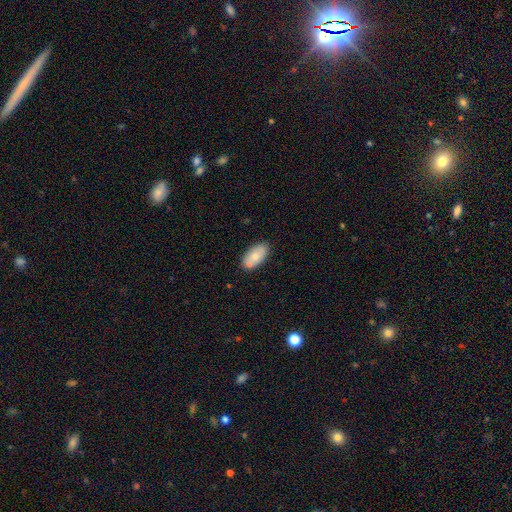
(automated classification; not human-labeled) A smooth galaxy with no disk features (73%) that is in between round and cigar-shaped (93%).

Vote fractions:
- Smooth or featured? smooth: 73% / featured or disk: 20% / star or artifact: 7%
- How rounded? in between: 93% / cigar-shaped: 4% / round: 3%
- Merging? none: 71% / minor disturbance: 14% / merger: 12% / major disturbance: 3%